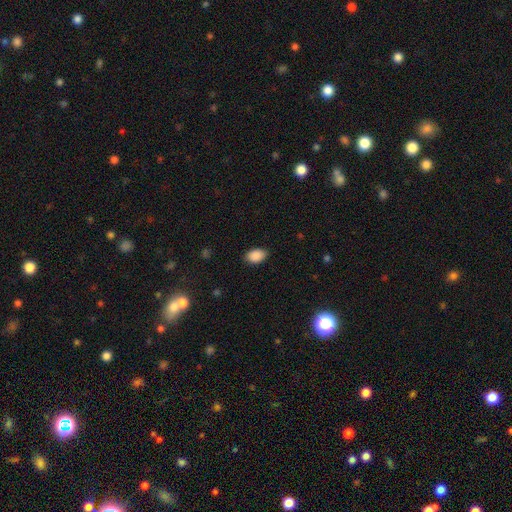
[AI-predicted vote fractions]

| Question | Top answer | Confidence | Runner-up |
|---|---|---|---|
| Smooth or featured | smooth | 89% | star or artifact (8%) |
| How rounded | in between | 86% | round (12%) |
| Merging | none | 84% | minor disturbance (12%) |